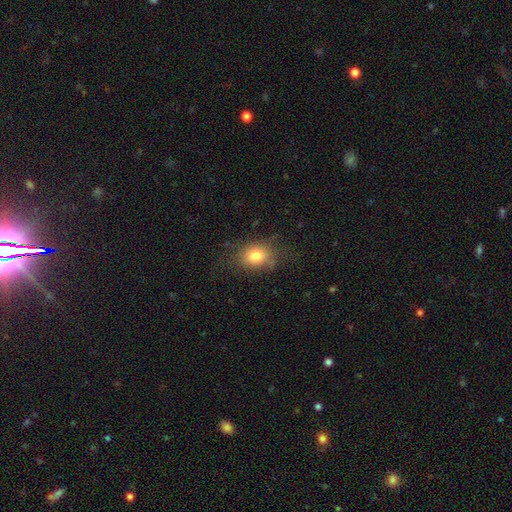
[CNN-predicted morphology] smooth-or-featured: smooth: 78% | star or artifact: 11% | featured or disk: 10%
  how-rounded: round: 51% | in between: 48% | cigar-shaped: 1%
  merging: none: 70% | minor disturbance: 20% | major disturbance: 9% | merger: 2%